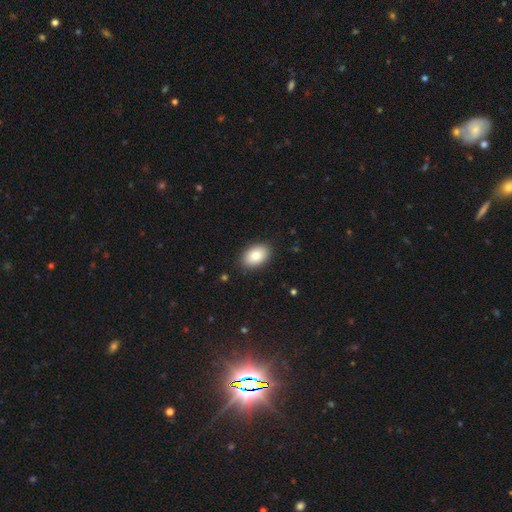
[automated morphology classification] smooth 86%, featured or disk 7%, star or artifact 7%. Down the decision tree: how rounded — in between (88%); merging — none (88%).